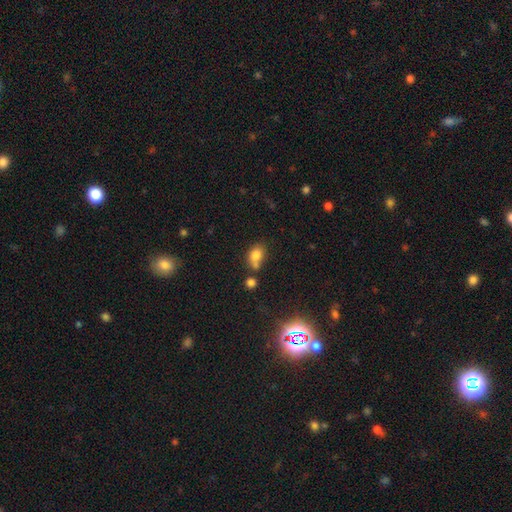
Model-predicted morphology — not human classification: A smooth galaxy with no disk features (77%) that is in between round and cigar-shaped (69%).

Vote fractions:
- Smooth or featured? smooth: 77% / star or artifact: 12% / featured or disk: 11%
- How rounded? in between: 69% / round: 29% / cigar-shaped: 2%
- Merging? none: 40% / merger: 35% / minor disturbance: 17% / major disturbance: 7%